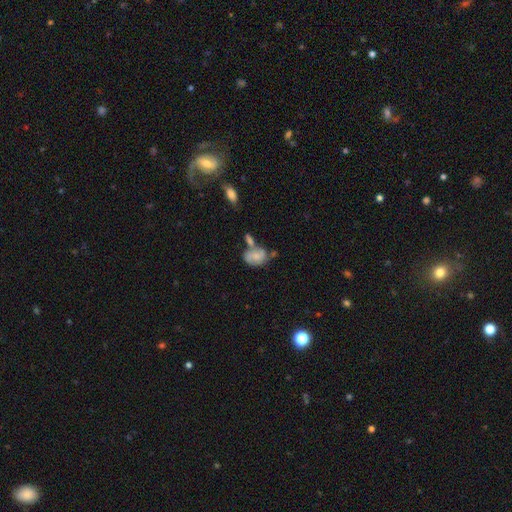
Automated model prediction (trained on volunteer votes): This is possibly a smooth galaxy (52%). How rounded: likely in between (79%). Merging: marginally none (36%).